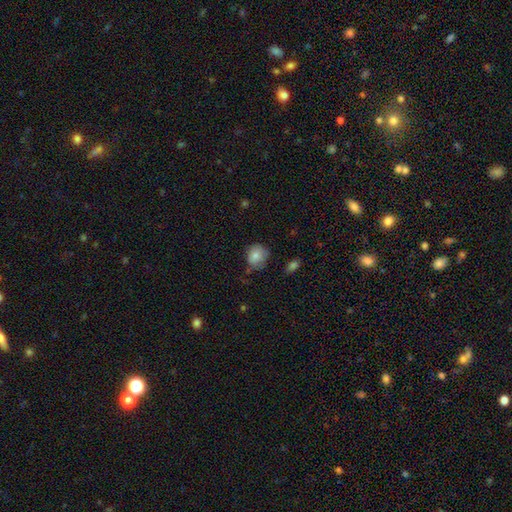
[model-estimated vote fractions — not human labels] A smooth galaxy with no disk features (80%) that is round (73%).

Vote fractions:
- Smooth or featured? smooth: 80% / featured or disk: 11% / star or artifact: 9%
- How rounded? round: 73% / in between: 26% / cigar-shaped: 1%
- Merging? none: 61% / minor disturbance: 29% / major disturbance: 7% / merger: 3%